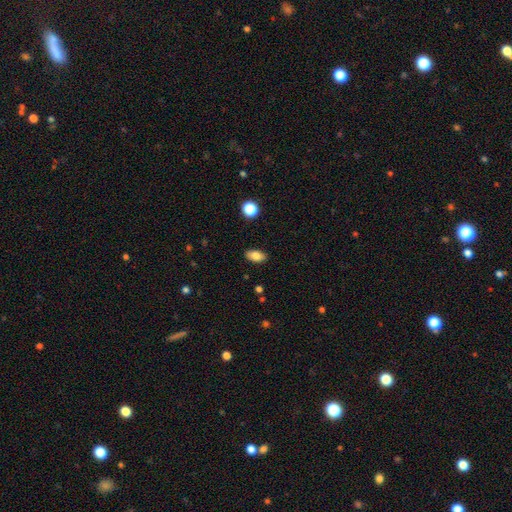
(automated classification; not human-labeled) A smooth galaxy with no disk features (81%) that is in between round and cigar-shaped (91%). Merging: none (88%).